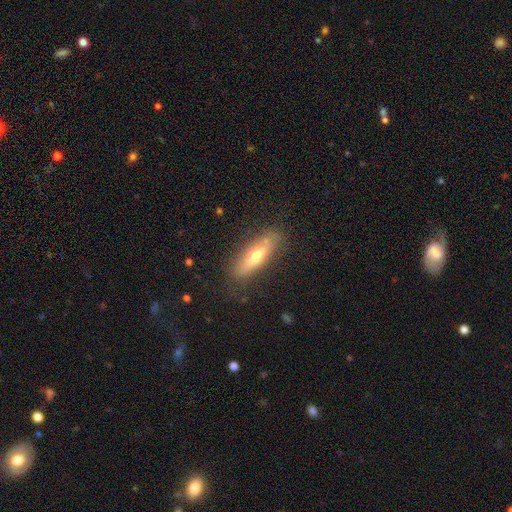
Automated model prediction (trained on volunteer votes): A smooth galaxy with no disk features (51%) that is cigar-shaped (60%).

Vote fractions:
- Smooth or featured? smooth: 51% / featured or disk: 43% / star or artifact: 7%
- How rounded? cigar-shaped: 60% / in between: 38% / round: 2%
- Merging? none: 81% / minor disturbance: 14% / major disturbance: 4% / merger: 2%